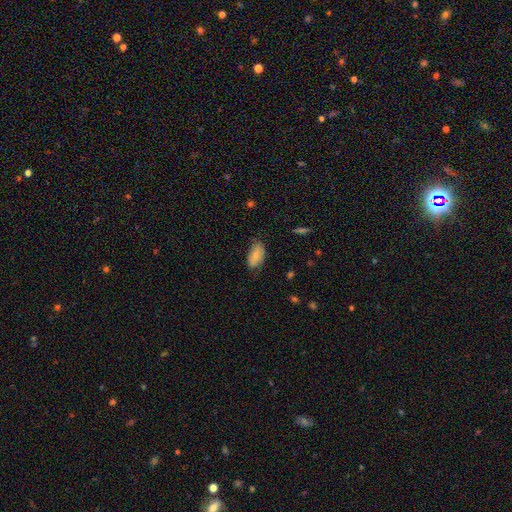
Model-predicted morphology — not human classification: Smooth or featured: smooth — 74% (featured or disk — 18%)
How rounded: in between — 93% (round — 4%)
Merging: none — 59% (minor disturbance — 33%)